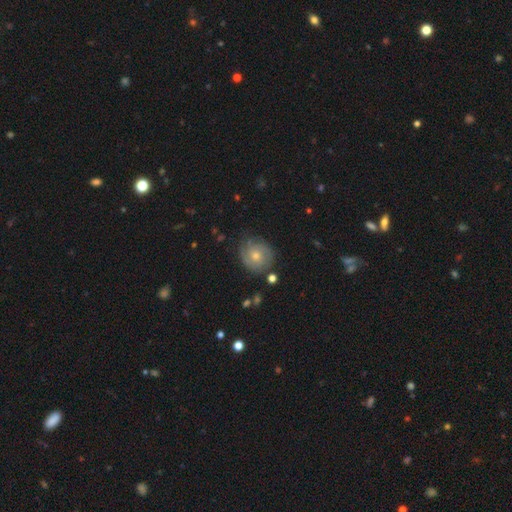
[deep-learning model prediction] The model was most divided on "bulge size": moderate: 55%, small: 41%, large: 2%, none: 1%, dominant: 1%. More confident: edge-on disk — no (97%); spiral arms — yes (84%); bar — no (80%); merging — none (78%); smooth or featured — featured or disk (57%).